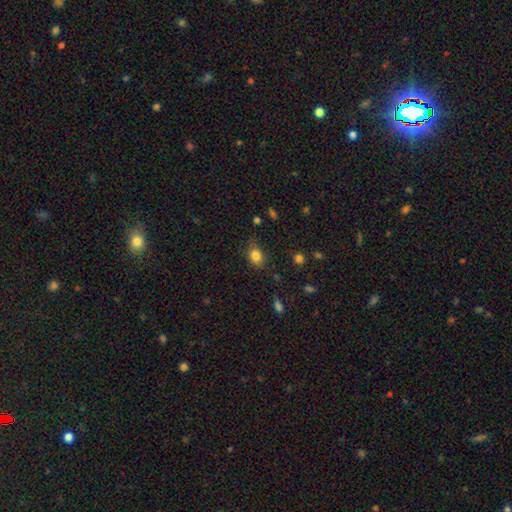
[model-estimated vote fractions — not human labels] smooth_or_featured: smooth (p=0.83) [alt: star or artifact p=0.11]
how_rounded: in between (p=0.65) [alt: round p=0.33]
merging: none (p=0.67) [alt: minor disturbance p=0.25]